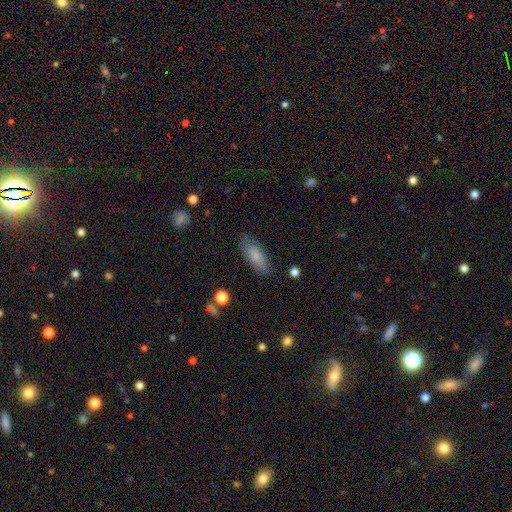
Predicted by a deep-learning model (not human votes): Overall: smooth (84%). How rounded: in between (72%). Merging: none (82%).